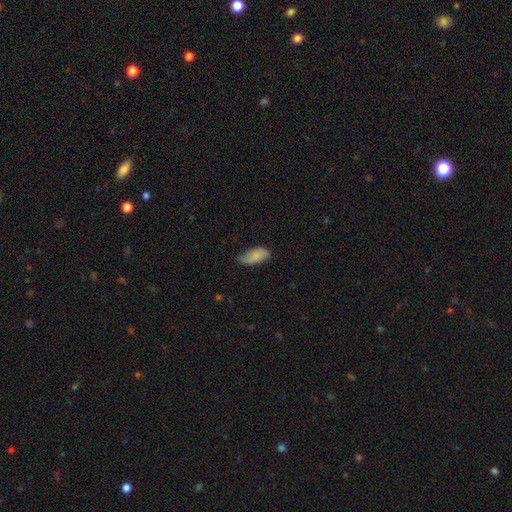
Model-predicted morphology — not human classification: Overall: smooth (74%). How rounded: in between (91%). Merging: none (61%; minor disturbance 31%).